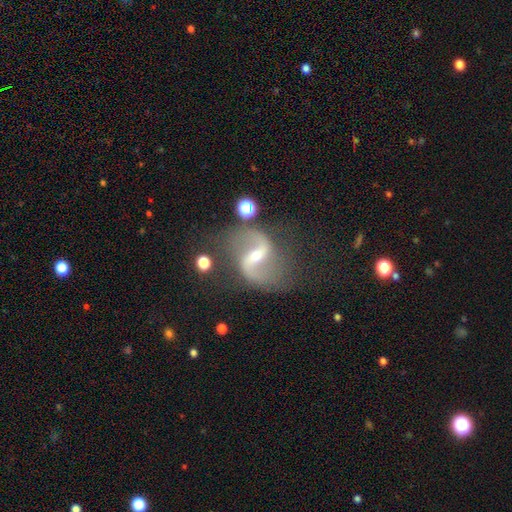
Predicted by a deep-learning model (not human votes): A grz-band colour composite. It shows a featured or disk galaxy (90%) with a strong bar (46%), 2 (94%) loose (69%) spiral arms (97%) and a small central bulge (64%). Merging: none (73%).